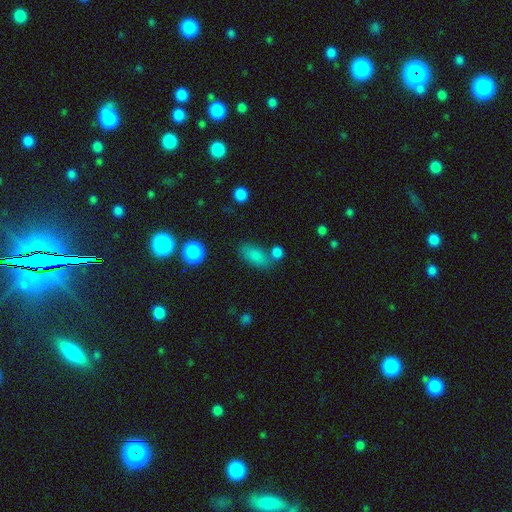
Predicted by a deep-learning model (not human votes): A smooth galaxy with no disk features (82%) that is in between round and cigar-shaped (84%). Merging: none (61%).